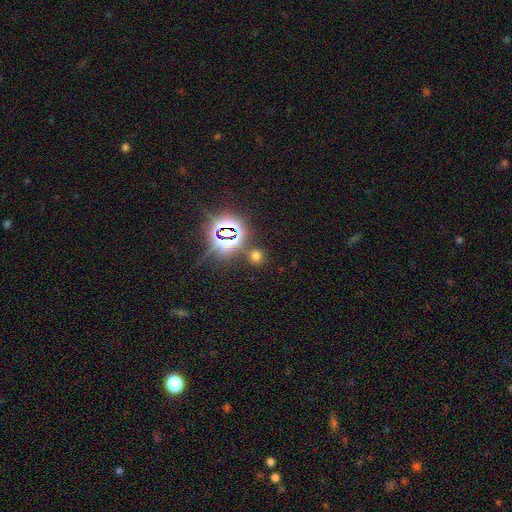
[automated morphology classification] type=smooth (57%); roundness=round (86%); merging=none (82%).